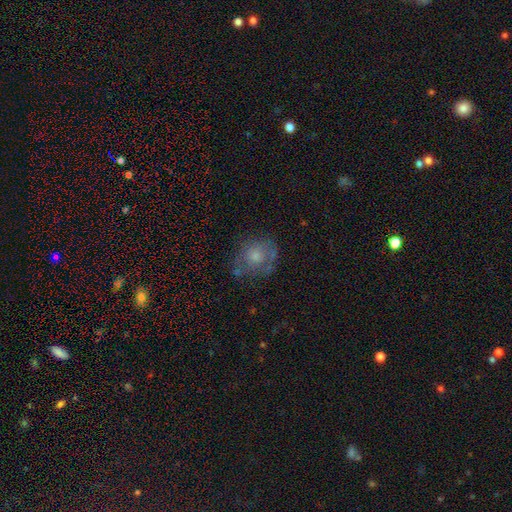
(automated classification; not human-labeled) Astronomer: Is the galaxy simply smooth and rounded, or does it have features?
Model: smooth — 53% (runner-up: featured or disk, 33%).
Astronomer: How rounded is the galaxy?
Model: round — 73%.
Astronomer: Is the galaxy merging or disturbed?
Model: none — 65%.